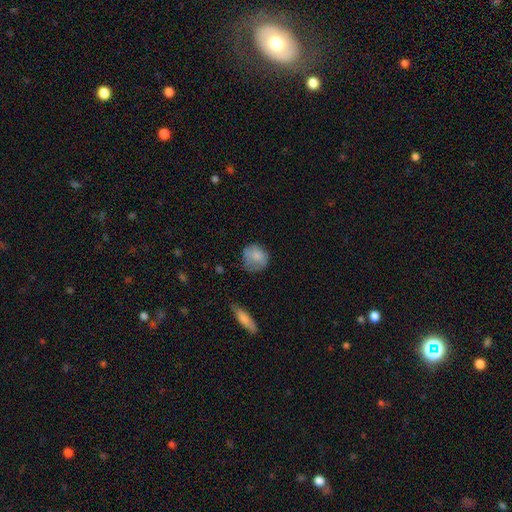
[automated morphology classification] This is likely a smooth galaxy (79%). How rounded: clearly round (82%). Merging: likely none (62%).